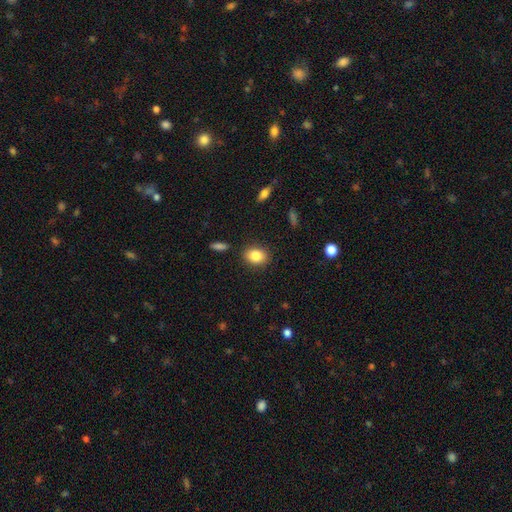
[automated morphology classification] This is clearly a smooth galaxy (85%). How rounded: likely in between (66%). Merging: clearly none (87%).